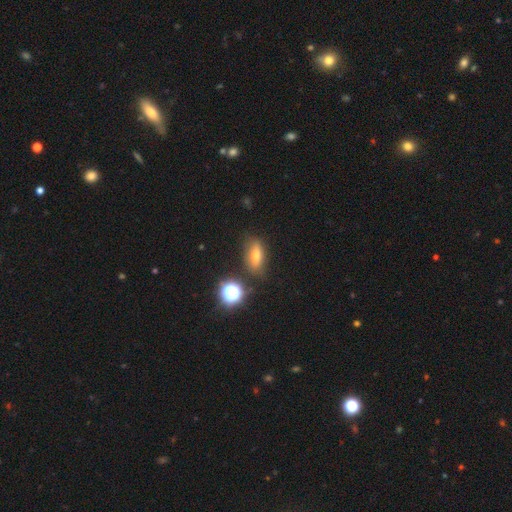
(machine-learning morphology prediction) Smooth or featured? Predicted: smooth (p=0.62). How rounded? Predicted: in between (p=0.67). Merging? Predicted: none (p=0.76).